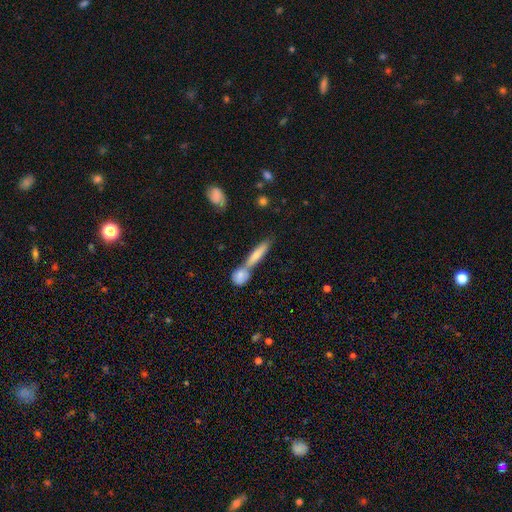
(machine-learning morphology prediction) Overall: smooth (63%; featured or disk 28%). How rounded: cigar-shaped (76%). Merging: merger (46%; none 42%).